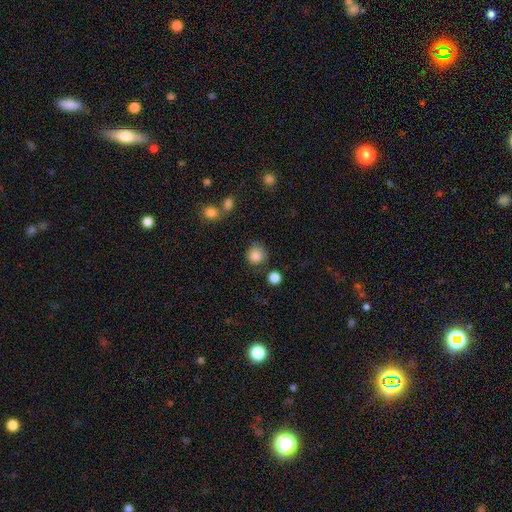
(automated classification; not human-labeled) smooth 85%, star or artifact 10%, featured or disk 6%. Down the decision tree: how rounded — round (85%); merging — none (69%).